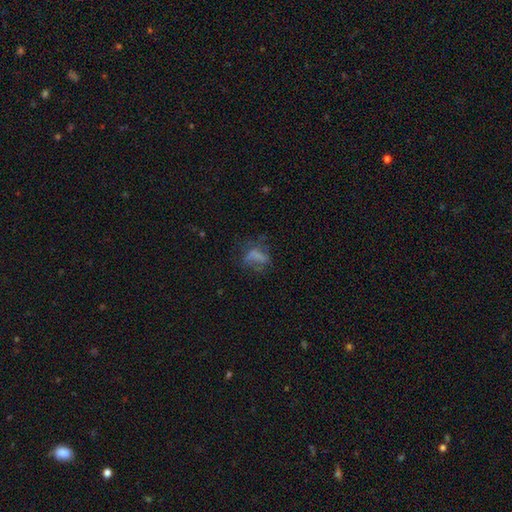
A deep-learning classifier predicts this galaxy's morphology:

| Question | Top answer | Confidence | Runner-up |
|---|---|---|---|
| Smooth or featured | smooth | 50% | featured or disk (32%) |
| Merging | major disturbance | 38% | none (36%) |